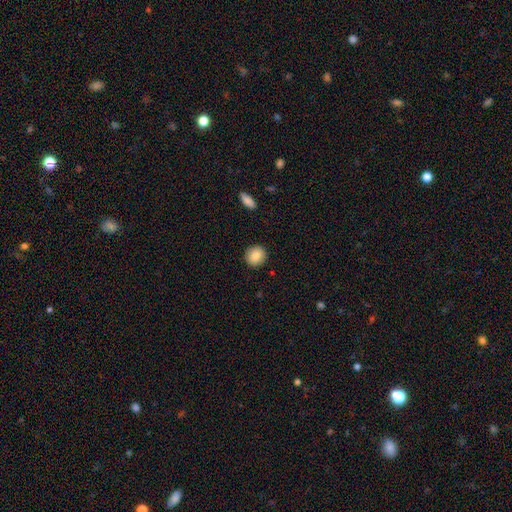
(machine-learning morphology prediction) Smooth or featured? Predicted: smooth (p=0.86). How rounded? Predicted: round (p=0.87). Merging? Predicted: none (p=0.91).